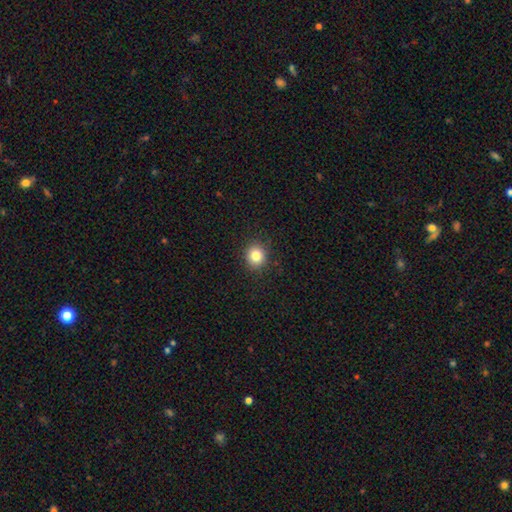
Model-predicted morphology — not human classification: This appears to be a smooth galaxy with no disk features (83%) that is round (82%). Merging: none (90%).